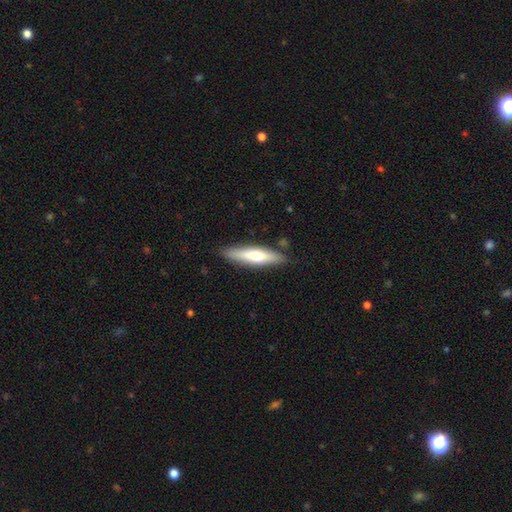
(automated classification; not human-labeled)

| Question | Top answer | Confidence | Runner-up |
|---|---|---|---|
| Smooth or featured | smooth | 60% | featured or disk (34%) |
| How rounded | cigar-shaped | 80% | in between (19%) |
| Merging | none | 85% | minor disturbance (11%) |